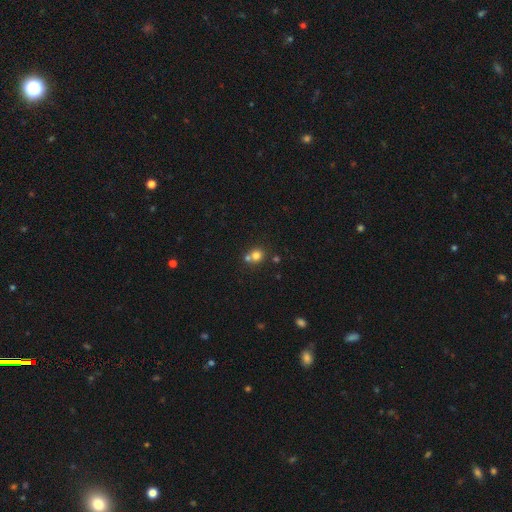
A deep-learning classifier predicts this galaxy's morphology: A smooth galaxy with no disk features (76%) that is round (84%). Merging: none (48%).